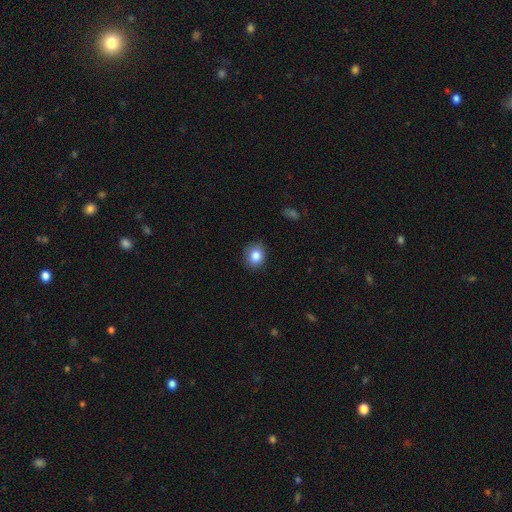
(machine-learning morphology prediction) Smooth or featured?
  - smooth: 85% *
  - star or artifact: 9%
  - featured or disk: 6%
How rounded?
  - round: 71% *
  - in between: 28%
  - cigar-shaped: 1%
Merging?
  - none: 85% *
  - minor disturbance: 12%
  - major disturbance: 3%
  - merger: 1%